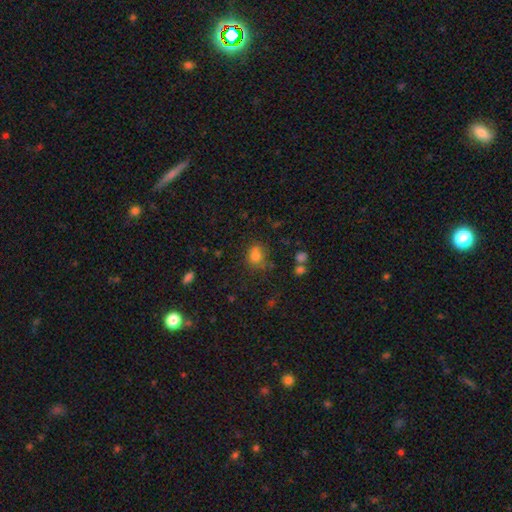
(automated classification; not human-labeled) A smooth galaxy with no disk features (77%) that is round (58%). Merging: none (62%).